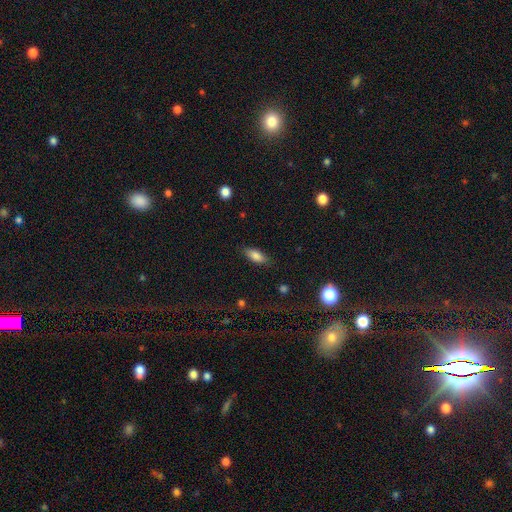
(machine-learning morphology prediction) The model was most divided on "how rounded": in between: 78%, cigar-shaped: 19%, round: 3%. More confident: merging — none (82%); smooth or featured — smooth (81%).